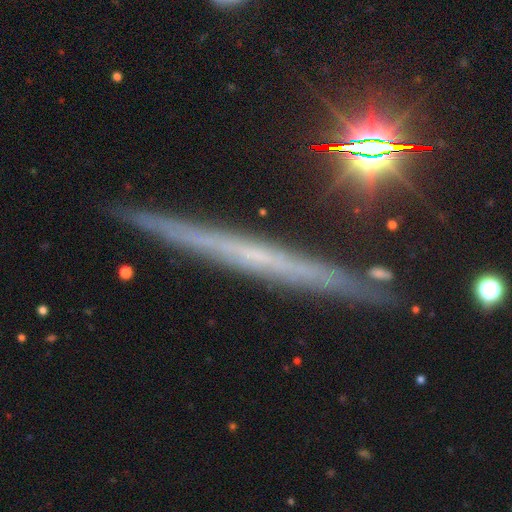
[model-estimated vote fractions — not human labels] smooth_or_featured: featured or disk (p=0.68) [alt: smooth p=0.21]
disk_edge_on: yes (p=0.96) [alt: no p=0.04]
edge_on_bulge: none (p=0.84) [alt: rounded p=0.12]
merging: none (p=0.89) [alt: minor disturbance p=0.08]